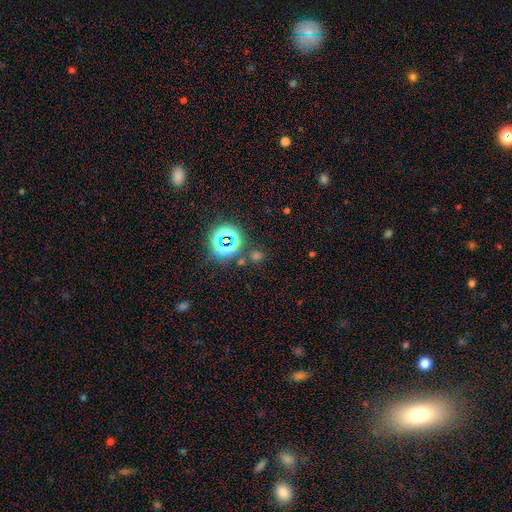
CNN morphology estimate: A star or artifact, not a galaxy (49%).

Vote fractions:
- Smooth or featured? star or artifact: 49% / smooth: 44% / featured or disk: 7%